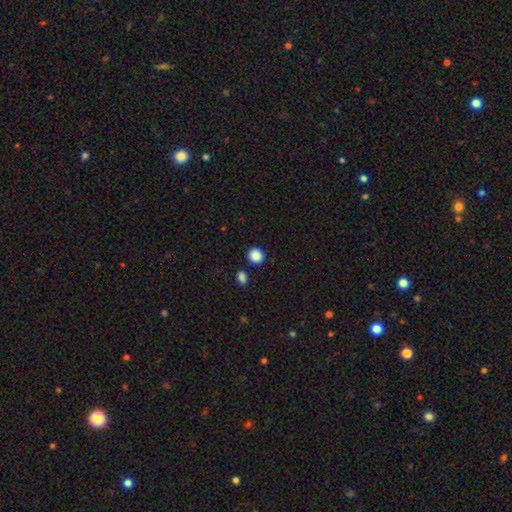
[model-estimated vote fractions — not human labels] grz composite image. It shows a smooth galaxy with no disk features (88%) that is round (87%). Merging: none (86%).